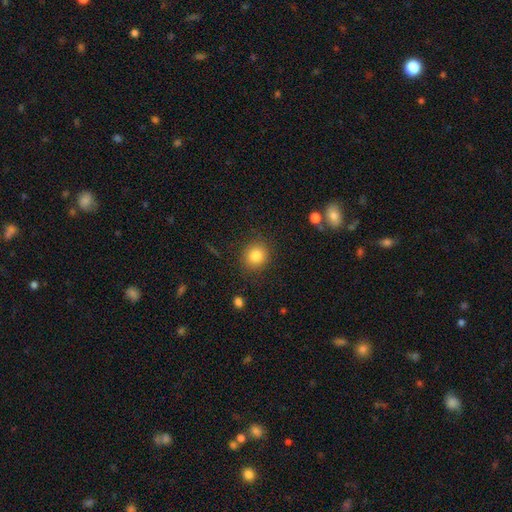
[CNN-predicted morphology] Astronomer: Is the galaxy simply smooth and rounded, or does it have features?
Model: smooth — 83%.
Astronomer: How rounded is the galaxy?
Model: round — 84%.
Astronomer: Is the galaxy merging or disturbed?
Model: none — 86%.